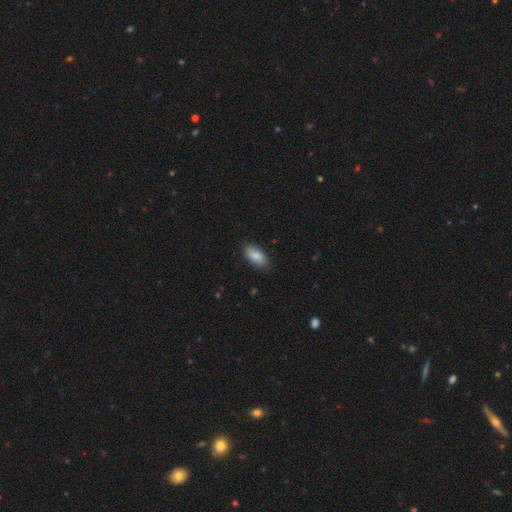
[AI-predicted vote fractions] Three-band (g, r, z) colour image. It shows a smooth galaxy with no disk features (87%) that is in between round and cigar-shaped (91%). Merging: none (86%).